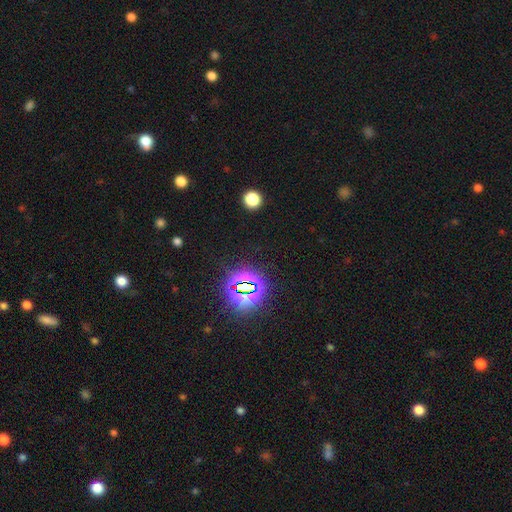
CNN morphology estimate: star or artifact 81%, smooth 12%, featured or disk 7%.